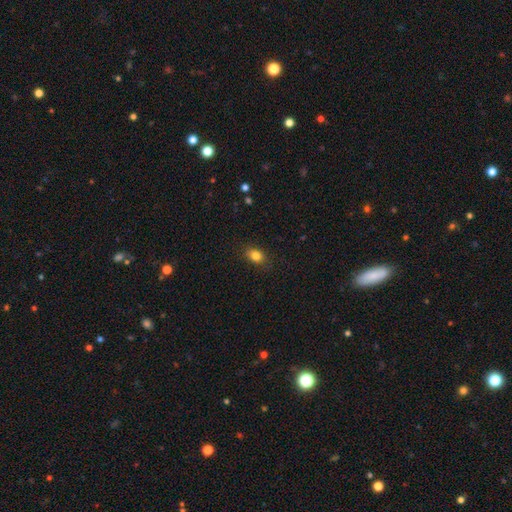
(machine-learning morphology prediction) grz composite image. It shows a smooth galaxy with no disk features (83%) that is in between round and cigar-shaped (75%). Merging: none (84%).